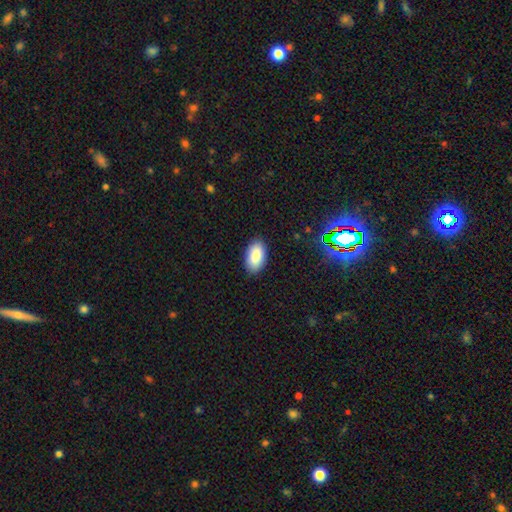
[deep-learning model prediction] Smooth or featured? Predicted: smooth (p=0.88). How rounded? Predicted: in between (p=0.95). Merging? Predicted: none (p=0.88).